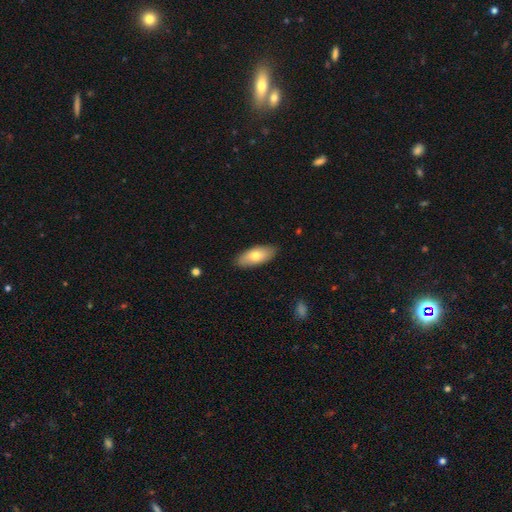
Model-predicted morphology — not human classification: smooth_or_featured: smooth (p=0.72) [alt: featured or disk p=0.22]
how_rounded: in between (p=0.87) [alt: cigar-shaped p=0.10]
merging: none (p=0.87) [alt: minor disturbance p=0.10]